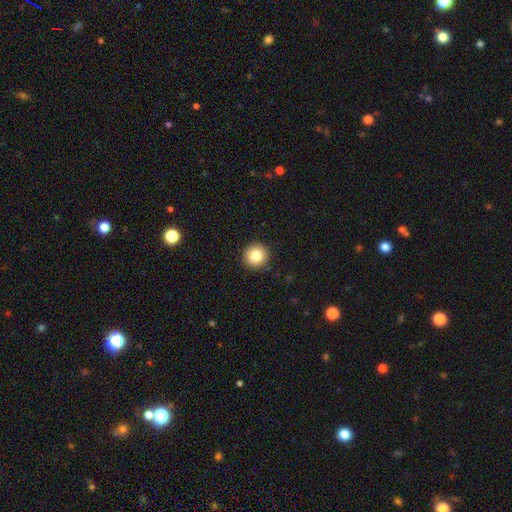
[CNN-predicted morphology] smooth_or_featured: smooth (p=0.81) [alt: star or artifact p=0.10]
how_rounded: round (p=0.95) [alt: in between p=0.04]
merging: none (p=0.92) [alt: minor disturbance p=0.05]